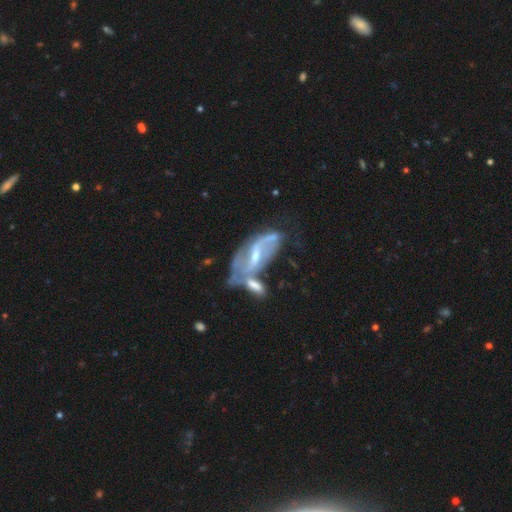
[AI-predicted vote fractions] Smooth or featured?
  - featured or disk: 82% *
  - smooth: 12%
  - star or artifact: 7%
Edge-on disk?
  - no: 90% *
  - yes: 10%
Bar?
  - weak: 42% *
  - strong: 35%
  - no: 23%
Spiral arms?
  - yes: 82% *
  - no: 18%
Spiral winding?
  - loose: 43% *
  - medium: 36%
  - tight: 21%
Spiral arm count?
  - 2: 69% *
  - can't tell: 19%
  - 1: 6%
  - 3: 3%
  - 4: 2%
  - more than 4: 1%
Bulge size?
  - small: 52% *
  - moderate: 41%
  - none: 4%
  - large: 2%
  - dominant: 1%
Merging?
  - merger: 45% *
  - none: 25%
  - major disturbance: 15%
  - minor disturbance: 15%